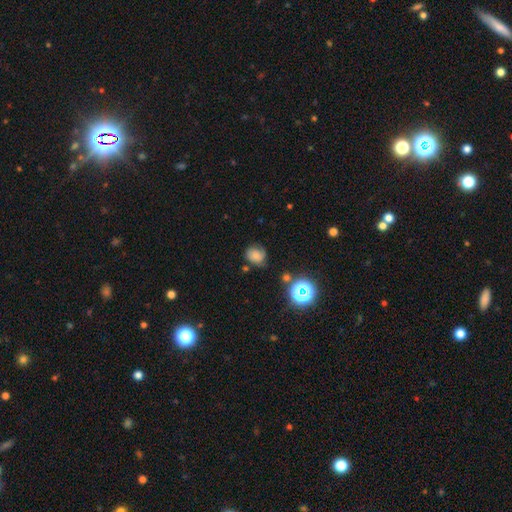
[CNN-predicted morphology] type=smooth (59%); roundness=round (63%); merging=none (57%).